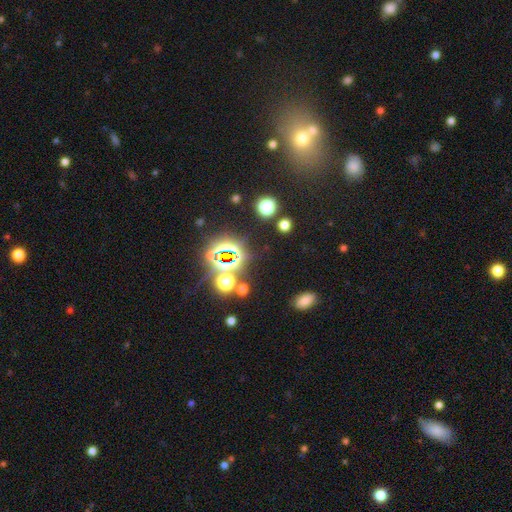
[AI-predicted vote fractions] Overall: star or artifact (77%).